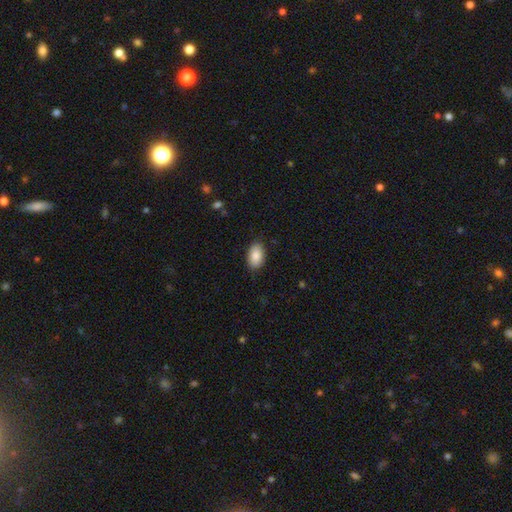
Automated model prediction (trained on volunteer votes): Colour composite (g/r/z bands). It shows a smooth galaxy with no disk features (88%) that is in between round and cigar-shaped (93%). Merging: none (86%).